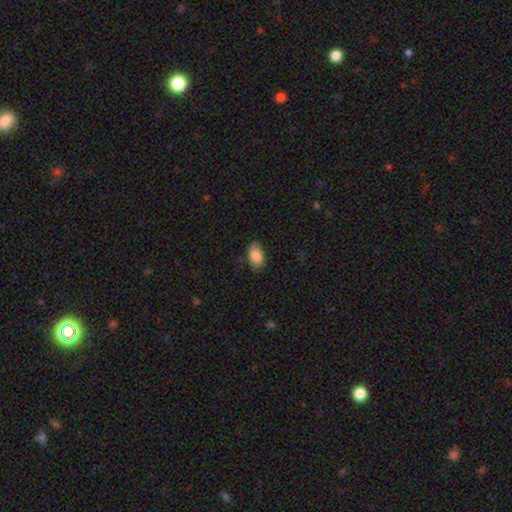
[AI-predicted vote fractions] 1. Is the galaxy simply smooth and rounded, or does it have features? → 86% smooth, 7% featured or disk, 7% star or artifact.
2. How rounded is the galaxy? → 92% in between, 6% round, 2% cigar-shaped.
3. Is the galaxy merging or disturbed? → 76% none, 19% minor disturbance, 4% major disturbance, 1% merger.